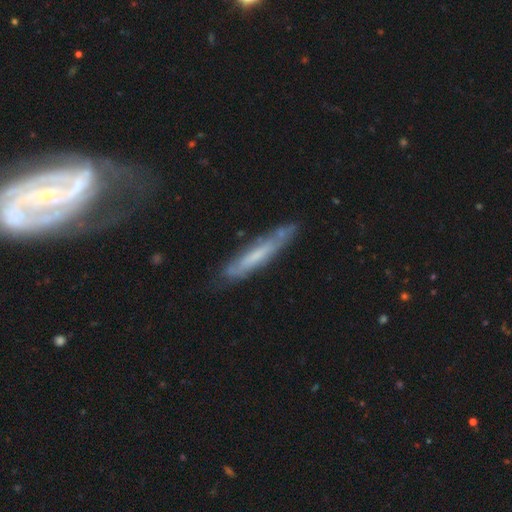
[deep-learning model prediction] This is possibly a featured or disk galaxy (54%). It is likely viewed edge-on (67%). Merging: likely none (70%).